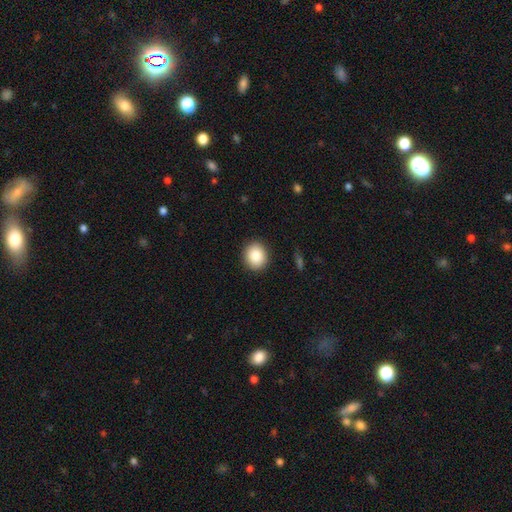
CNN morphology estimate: This appears to be a smooth galaxy with no disk features (86%) that is round (78%). Merging: none (91%).